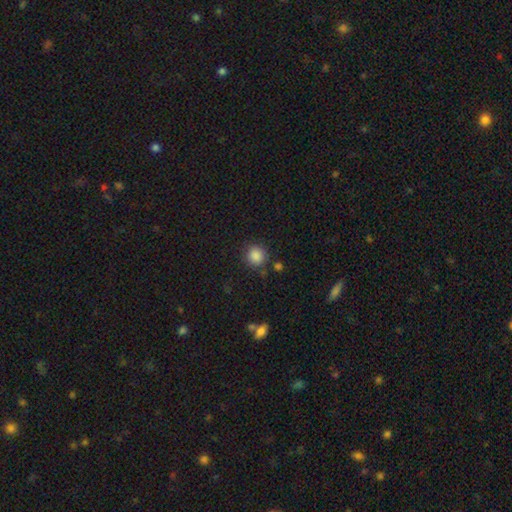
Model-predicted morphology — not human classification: Smooth or featured? smooth (86%)
How rounded? round (89%)
Merging? none (83%)